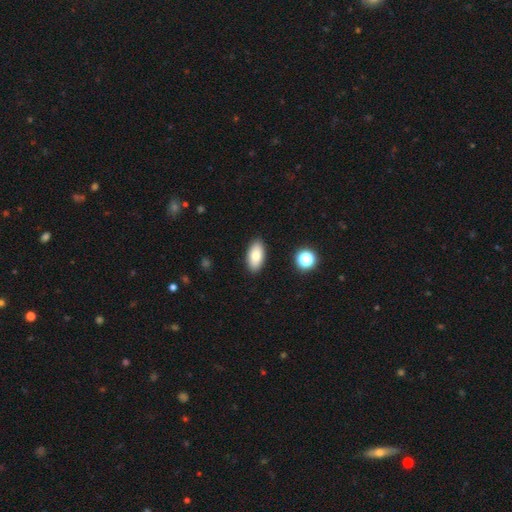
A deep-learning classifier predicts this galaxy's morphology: Q: Smooth or featured?
A: smooth (77%); runner-up: featured or disk (15%)
Q: How rounded?
A: in between (91%); runner-up: cigar-shaped (5%)
Q: Merging?
A: none (89%); runner-up: minor disturbance (8%)